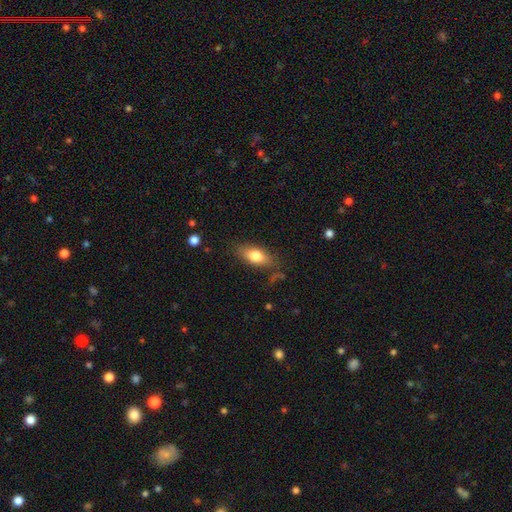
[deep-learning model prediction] Morphology: type=smooth (76%); roundness=in between (83%); merging=none (77%).